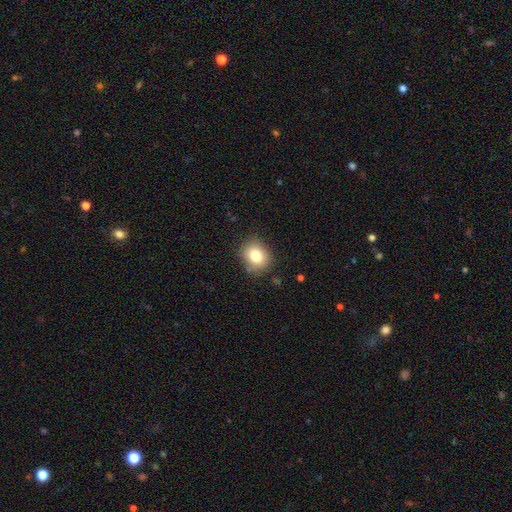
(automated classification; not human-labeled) Q: Smooth or featured?
A: smooth (80%); runner-up: star or artifact (11%)
Q: How rounded?
A: round (63%); runner-up: in between (37%)
Q: Merging?
A: none (82%); runner-up: minor disturbance (13%)